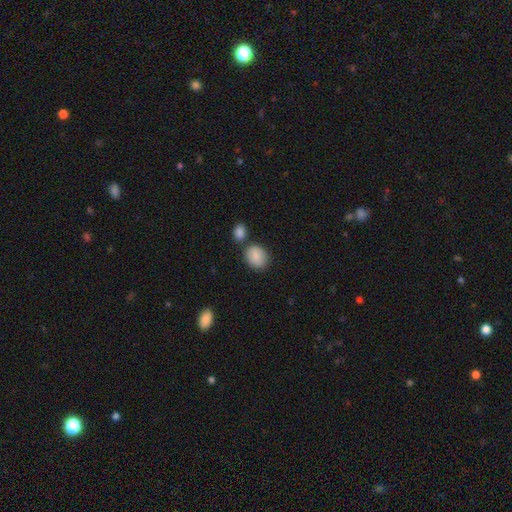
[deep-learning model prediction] Q: Smooth or featured?
A: smooth (87%); runner-up: star or artifact (7%)
Q: How rounded?
A: round (53%); runner-up: in between (46%)
Q: Merging?
A: none (68%); runner-up: merger (16%)